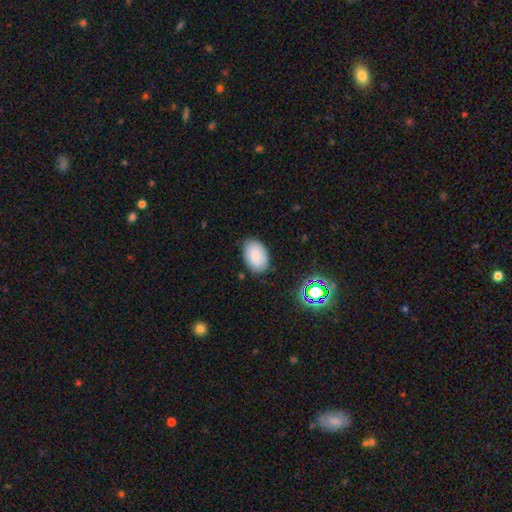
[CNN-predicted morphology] Q: Smooth or featured?
A: smooth (82%); runner-up: featured or disk (9%)
Q: How rounded?
A: in between (88%); runner-up: round (11%)
Q: Merging?
A: none (81%); runner-up: minor disturbance (15%)